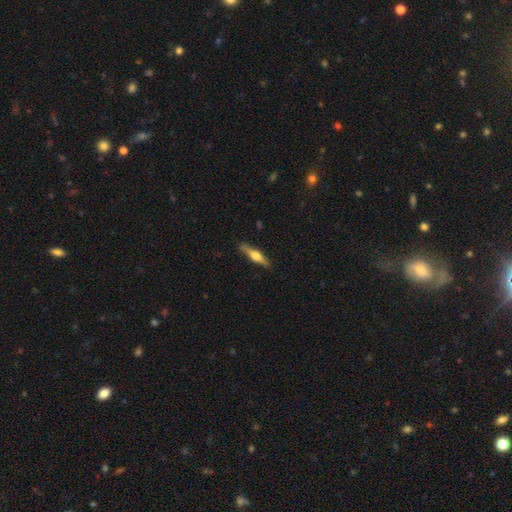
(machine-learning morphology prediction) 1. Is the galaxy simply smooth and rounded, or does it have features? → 59% featured or disk, 36% smooth, 5% star or artifact.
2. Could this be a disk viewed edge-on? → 96% yes, 4% no.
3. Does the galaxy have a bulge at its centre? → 91% rounded, 6% boxy, 3% none.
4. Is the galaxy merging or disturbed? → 87% none, 10% minor disturbance, 2% major disturbance, 1% merger.